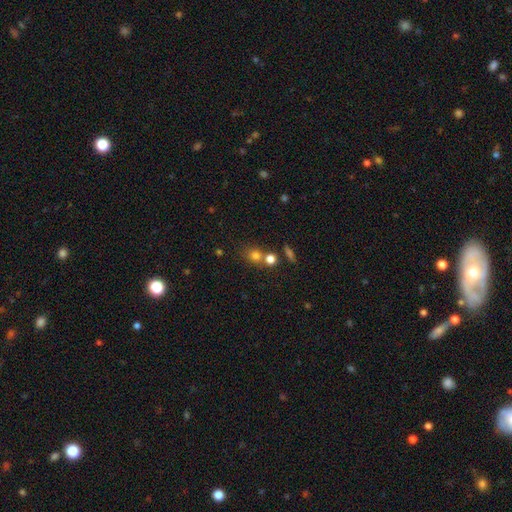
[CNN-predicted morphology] The model was most divided on "merging": none: 57%, merger: 30%, minor disturbance: 10%, major disturbance: 4%. More confident: smooth or featured — smooth (76%); how rounded — round (75%).